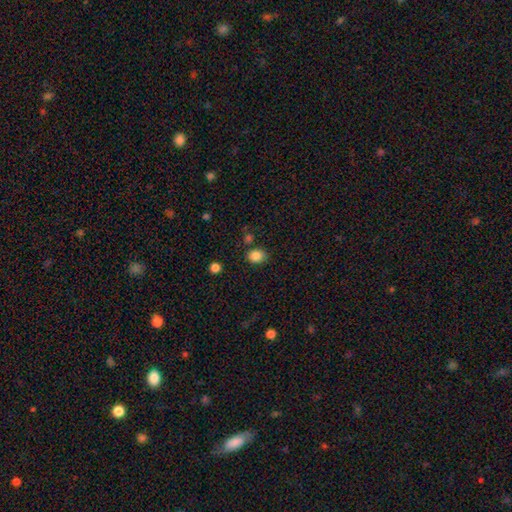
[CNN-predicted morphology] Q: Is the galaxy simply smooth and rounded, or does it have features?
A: smooth — 85%.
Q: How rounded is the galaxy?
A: in between — 50%.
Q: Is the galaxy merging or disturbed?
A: none — 79%.